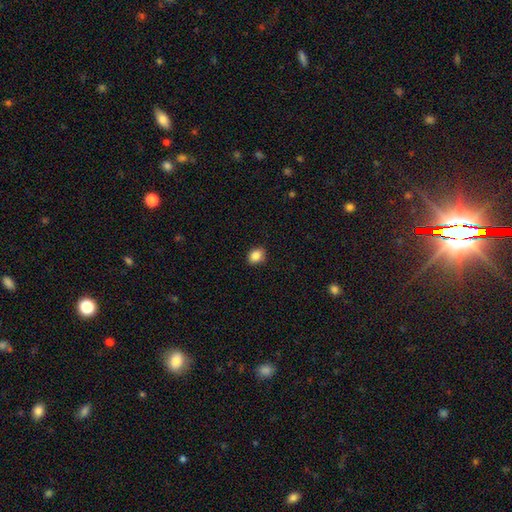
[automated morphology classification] A smooth galaxy with no disk features (87%) that is round (55%).

Vote fractions:
- Smooth or featured? smooth: 87% / star or artifact: 9% / featured or disk: 3%
- How rounded? round: 55% / in between: 44% / cigar-shaped: 1%
- Merging? none: 86% / minor disturbance: 11% / major disturbance: 2% / merger: 1%